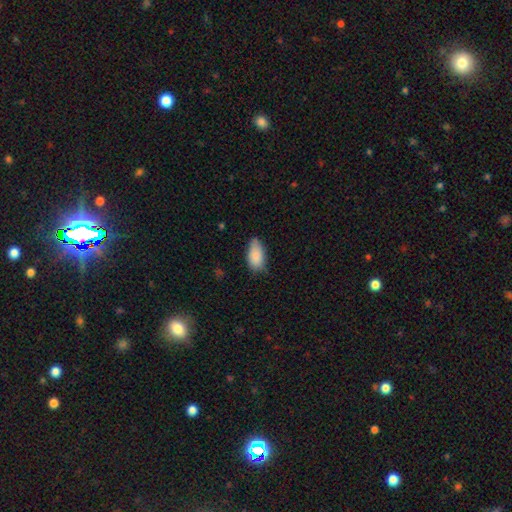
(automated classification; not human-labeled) A smooth galaxy with no disk features (88%) that is in between round and cigar-shaped (93%). Merging: none (64%).